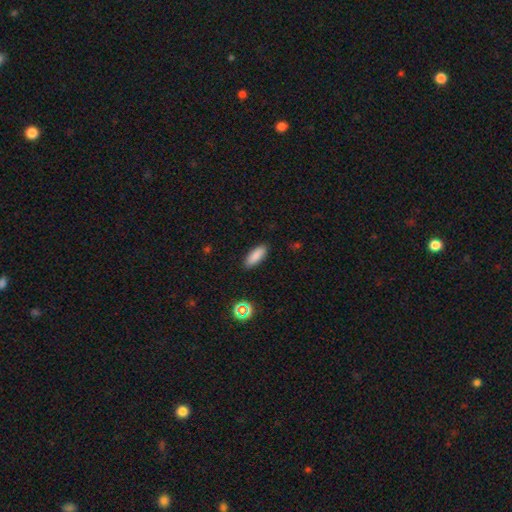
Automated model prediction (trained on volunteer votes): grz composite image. It shows a smooth galaxy with no disk features (85%) that is in between round and cigar-shaped (71%). Merging: none (89%).